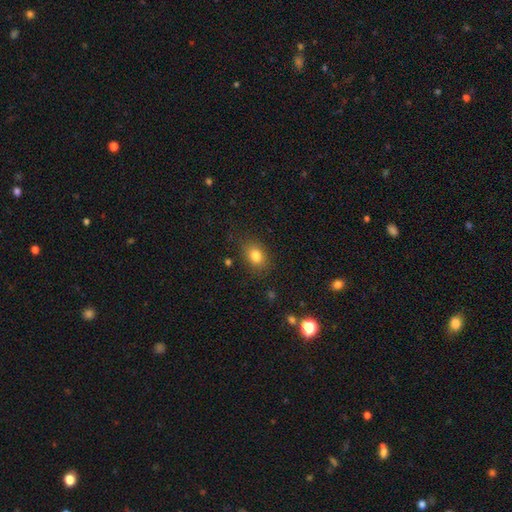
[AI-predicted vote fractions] Smooth or featured? smooth (82%)
How rounded? in between (68%)
Merging? none (81%)